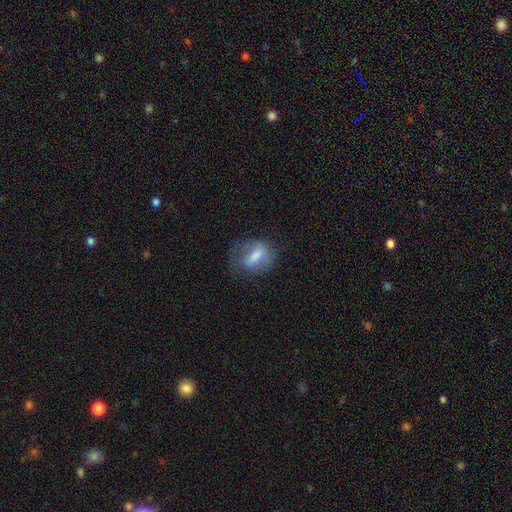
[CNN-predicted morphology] This appears to be a smooth galaxy with no disk features (60%) that is in between round and cigar-shaped (68%). Merging: none (61%).